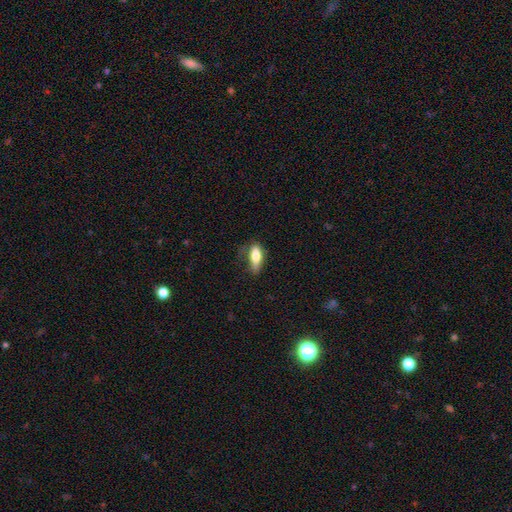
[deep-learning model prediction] This is likely a smooth galaxy (73%). How rounded: likely in between (66%). Merging: possibly none (54%).